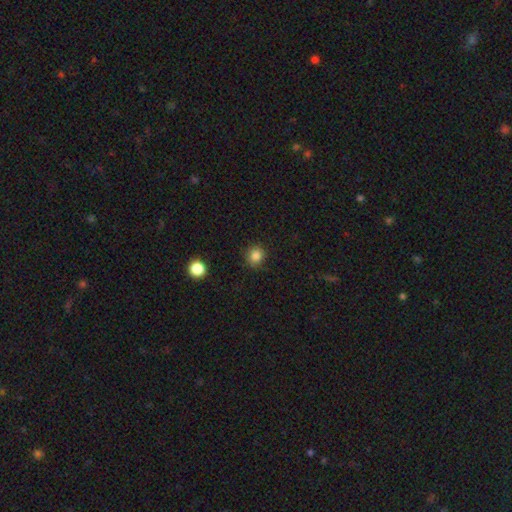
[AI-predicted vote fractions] Smooth or featured? smooth (84%)
How rounded? round (87%)
Merging? none (84%)